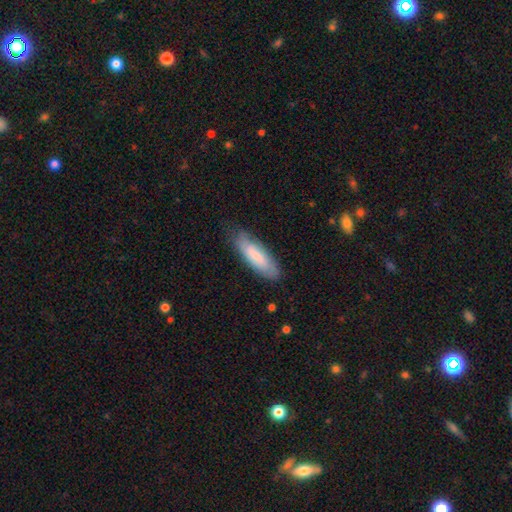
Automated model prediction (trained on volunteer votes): A smooth galaxy with no disk features (72%) that is in between round and cigar-shaped (54%). Merging: none (74%).